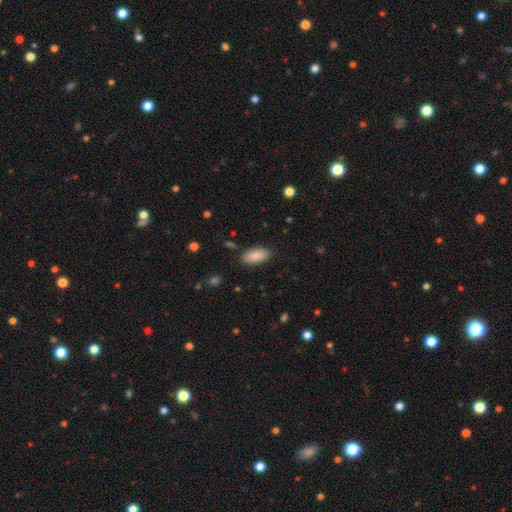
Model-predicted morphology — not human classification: Smooth or featured?
  - smooth: 89% *
  - star or artifact: 7%
  - featured or disk: 5%
How rounded?
  - in between: 93% *
  - cigar-shaped: 5%
  - round: 2%
Merging?
  - none: 86% *
  - minor disturbance: 10%
  - major disturbance: 3%
  - merger: 1%